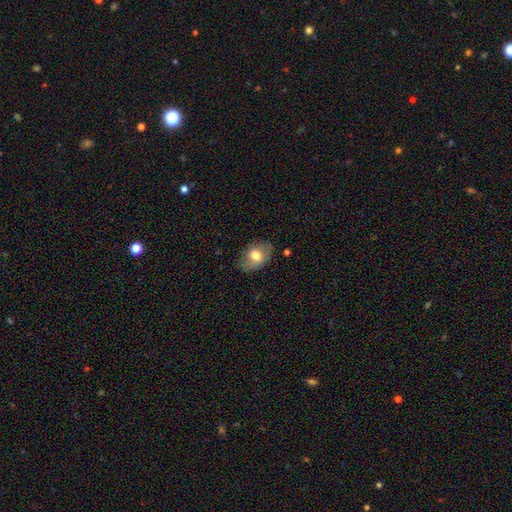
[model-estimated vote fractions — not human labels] Smooth or featured: smooth — 70% (featured or disk — 23%)
How rounded: in between — 83% (round — 15%)
Merging: none — 74% (minor disturbance — 20%)